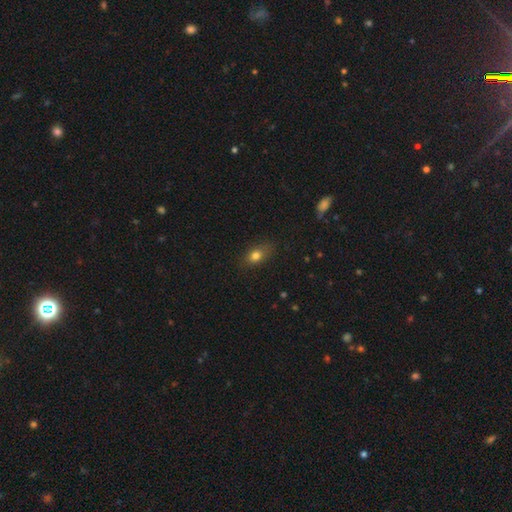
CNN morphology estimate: Q: Smooth or featured?
A: smooth (77%); runner-up: star or artifact (12%)
Q: How rounded?
A: in between (75%); runner-up: round (20%)
Q: Merging?
A: none (77%); runner-up: minor disturbance (17%)